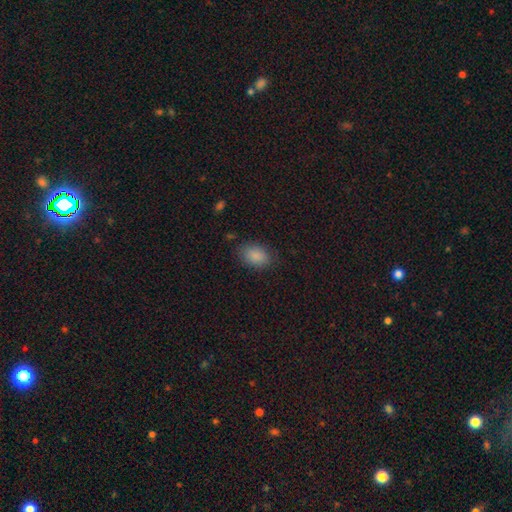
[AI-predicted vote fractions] smooth_or_featured: smooth (p=0.88) [alt: star or artifact p=0.08]
how_rounded: in between (p=0.85) [alt: round p=0.14]
merging: none (p=0.83) [alt: minor disturbance p=0.12]